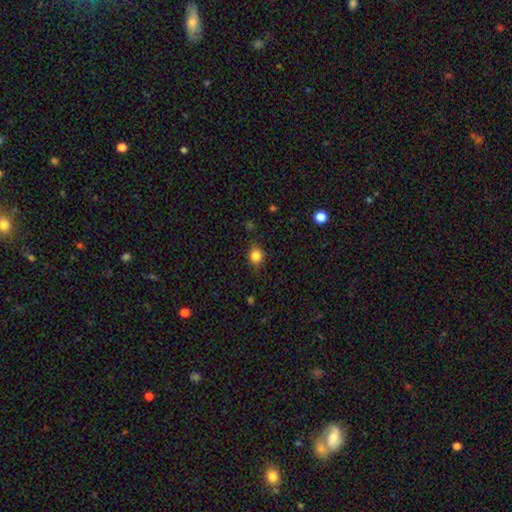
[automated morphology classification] The model was most divided on "how rounded": round: 66%, in between: 32%, cigar-shaped: 2%. More confident: smooth or featured — smooth (80%); merging — none (76%).